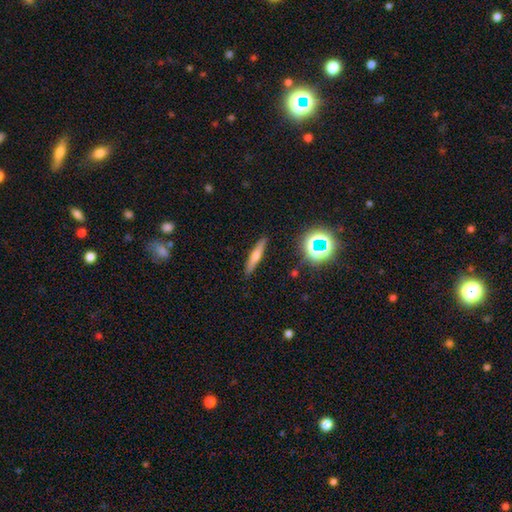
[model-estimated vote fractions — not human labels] Q: Smooth or featured?
A: smooth (48%); runner-up: featured or disk (41%)
Q: Merging?
A: none (89%); runner-up: minor disturbance (8%)